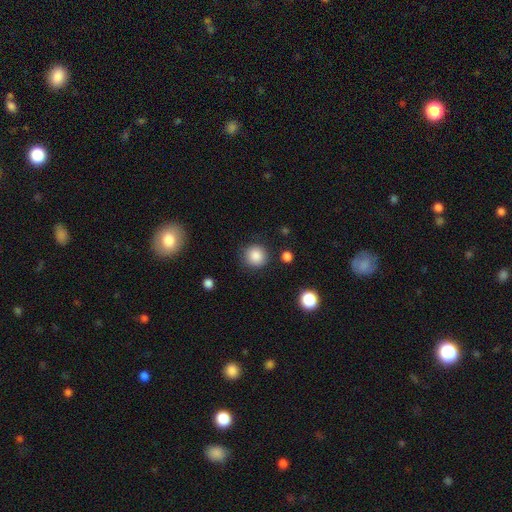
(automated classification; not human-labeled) Smooth or featured? Predicted: smooth (p=0.87). How rounded? Predicted: round (p=0.92). Merging? Predicted: none (p=0.86).